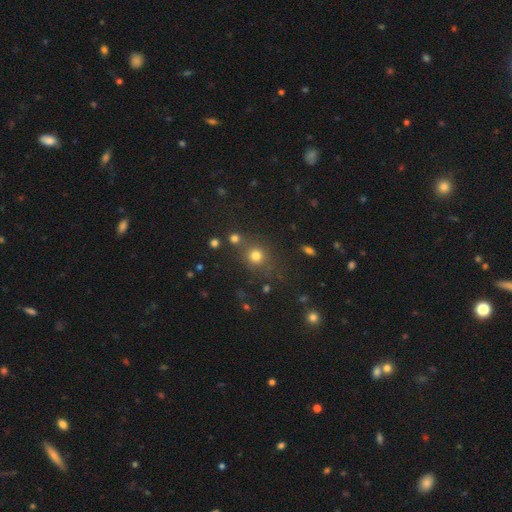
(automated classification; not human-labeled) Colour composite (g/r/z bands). It shows a smooth galaxy with no disk features (73%) that is round (86%). Merging: none (69%).